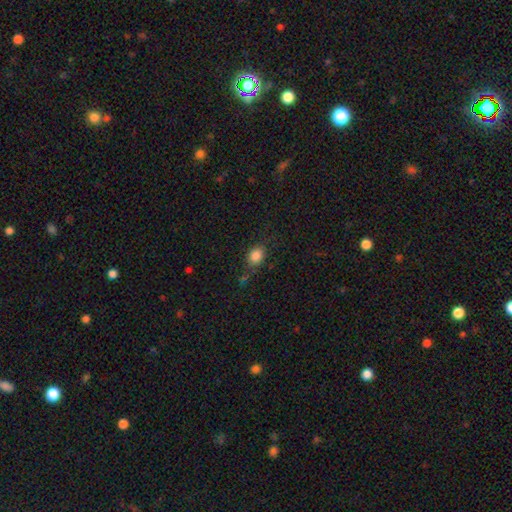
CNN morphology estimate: smooth_or_featured: smooth (p=0.84) [alt: star or artifact p=0.10]
how_rounded: in between (p=0.57) [alt: round p=0.42]
merging: none (p=0.66) [alt: minor disturbance p=0.20]